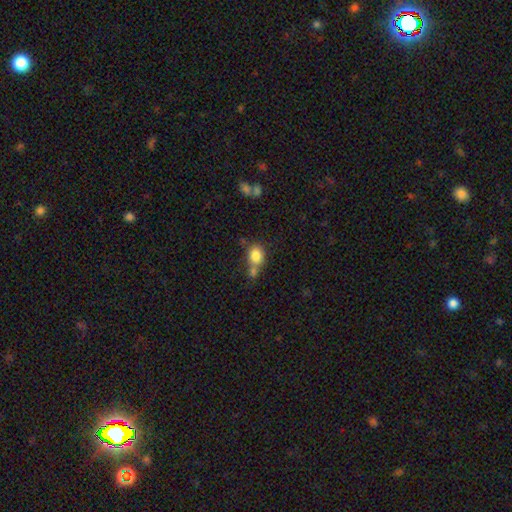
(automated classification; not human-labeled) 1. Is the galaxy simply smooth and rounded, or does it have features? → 82% smooth, 10% star or artifact, 9% featured or disk.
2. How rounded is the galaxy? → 53% round, 45% in between, 1% cigar-shaped.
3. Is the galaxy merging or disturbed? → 41% merger, 40% none, 13% minor disturbance, 6% major disturbance.